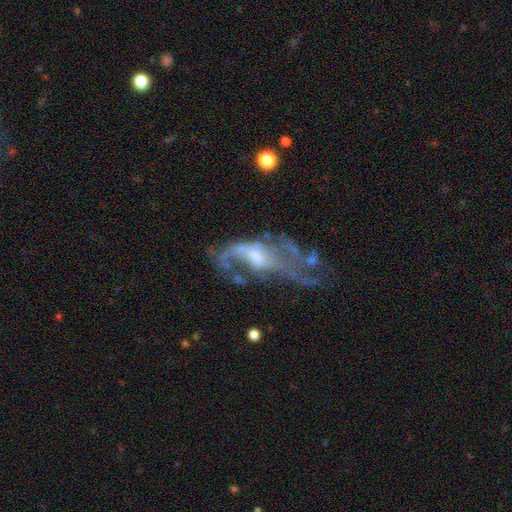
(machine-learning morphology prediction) Smooth or featured: featured or disk — 78% (smooth — 12%)
Edge-on disk: no — 93% (yes — 7%)
Bar: no — 53% (weak — 37%)
Spiral arms: yes — 75% (no — 25%)
Spiral winding: loose — 62% (medium — 28%)
Spiral arm count: 2 — 36% (can't tell — 31%)
Bulge size: small — 45% (moderate — 39%)
Merging: major disturbance — 41% (none — 31%)